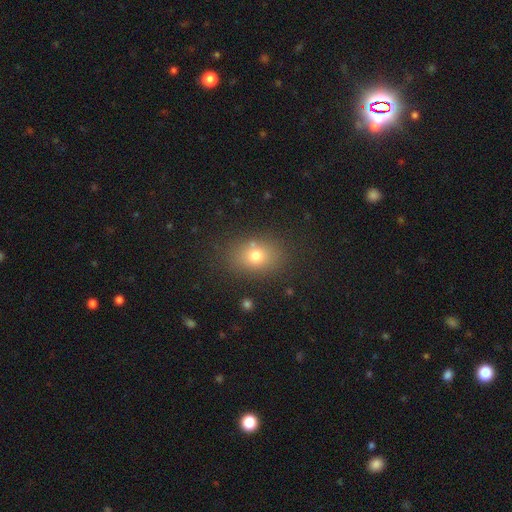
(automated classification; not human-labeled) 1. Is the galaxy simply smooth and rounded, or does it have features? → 73% smooth, 14% star or artifact, 13% featured or disk.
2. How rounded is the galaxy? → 62% in between, 37% round, 1% cigar-shaped.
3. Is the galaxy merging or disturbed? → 80% none, 11% minor disturbance, 4% major disturbance, 4% merger.